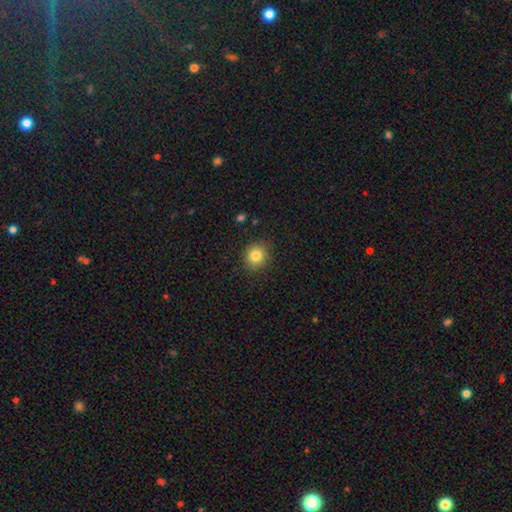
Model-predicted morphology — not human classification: Smooth or featured? Predicted: smooth (p=0.83). How rounded? Predicted: round (p=0.83). Merging? Predicted: none (p=0.88).